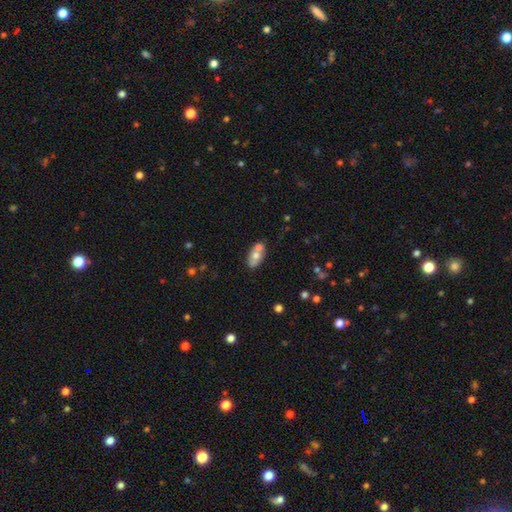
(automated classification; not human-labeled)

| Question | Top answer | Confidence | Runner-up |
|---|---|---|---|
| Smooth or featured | smooth | 62% | featured or disk (30%) |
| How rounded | in between | 86% | round (9%) |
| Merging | none | 43% | merger (42%) |